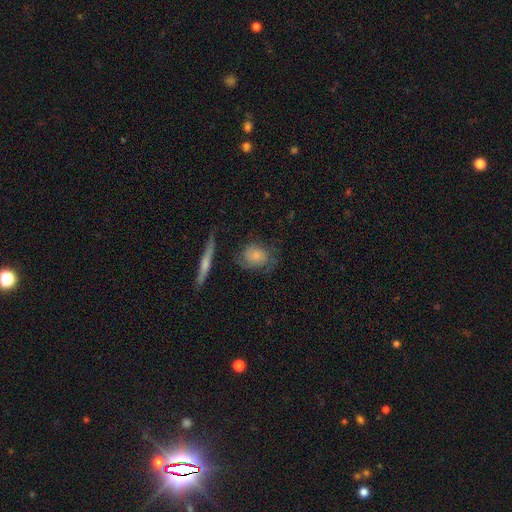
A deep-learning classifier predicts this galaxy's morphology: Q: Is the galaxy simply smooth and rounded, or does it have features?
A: smooth — 57%.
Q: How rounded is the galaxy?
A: round — 48%.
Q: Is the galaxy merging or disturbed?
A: none — 60%.